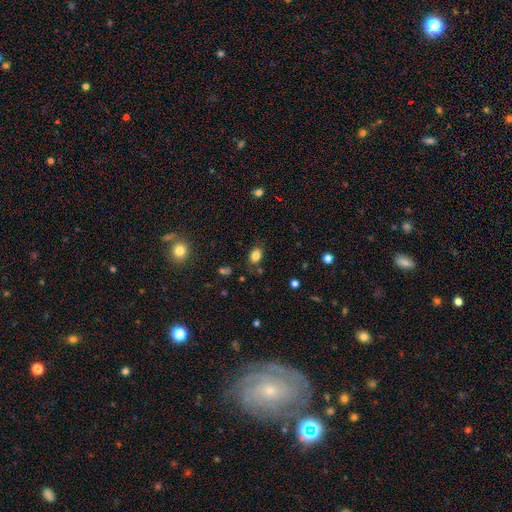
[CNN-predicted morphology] A smooth galaxy with no disk features (82%) that is in between round and cigar-shaped (75%).

Vote fractions:
- Smooth or featured? smooth: 82% / star or artifact: 11% / featured or disk: 7%
- How rounded? in between: 75% / round: 24% / cigar-shaped: 1%
- Merging? none: 78% / minor disturbance: 15% / major disturbance: 4% / merger: 3%